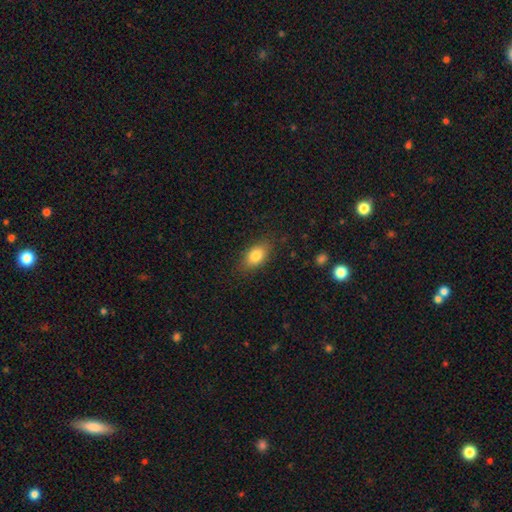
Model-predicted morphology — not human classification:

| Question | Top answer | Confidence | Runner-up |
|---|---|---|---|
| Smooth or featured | smooth | 82% | featured or disk (10%) |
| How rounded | in between | 87% | round (9%) |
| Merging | none | 84% | minor disturbance (12%) |